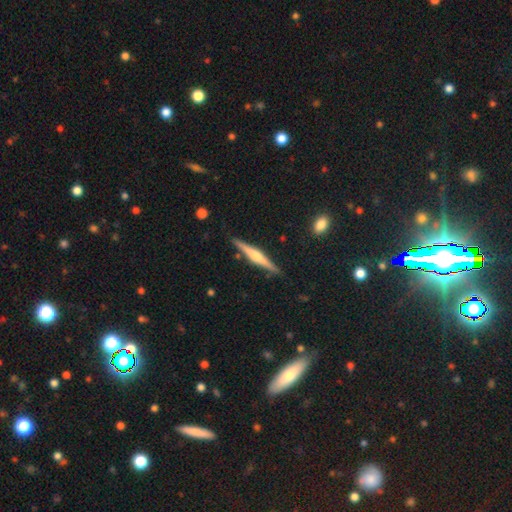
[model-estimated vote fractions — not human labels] smooth_or_featured: featured or disk (p=0.70) [alt: smooth p=0.25]
disk_edge_on: yes (p=0.98) [alt: no p=0.02]
edge_on_bulge: rounded (p=0.80) [alt: boxy p=0.12]
merging: none (p=0.89) [alt: minor disturbance p=0.08]